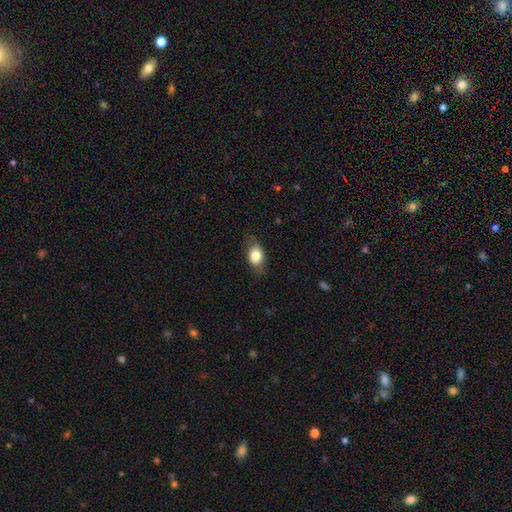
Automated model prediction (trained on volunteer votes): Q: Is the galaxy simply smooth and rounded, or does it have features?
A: smooth — 79%.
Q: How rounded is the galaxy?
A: in between — 79%.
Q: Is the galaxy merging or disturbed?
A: none — 76%.